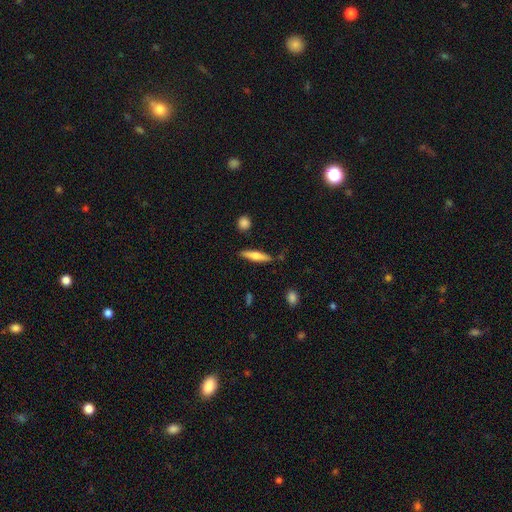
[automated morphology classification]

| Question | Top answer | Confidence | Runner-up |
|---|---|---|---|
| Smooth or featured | smooth | 56% | featured or disk (38%) |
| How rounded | cigar-shaped | 84% | in between (14%) |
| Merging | none | 84% | minor disturbance (11%) |